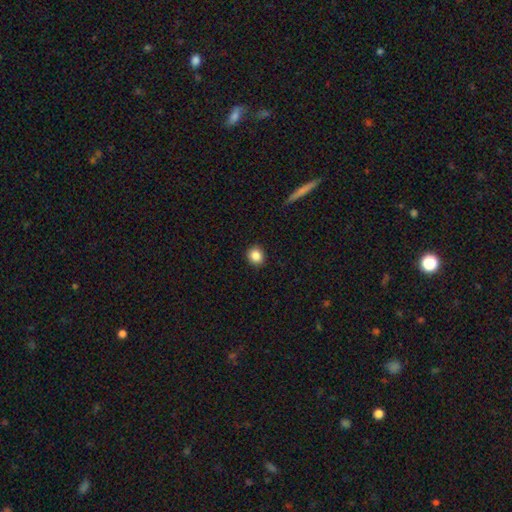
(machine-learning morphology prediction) Overall: smooth (86%). How rounded: round (79%). Merging: none (91%).